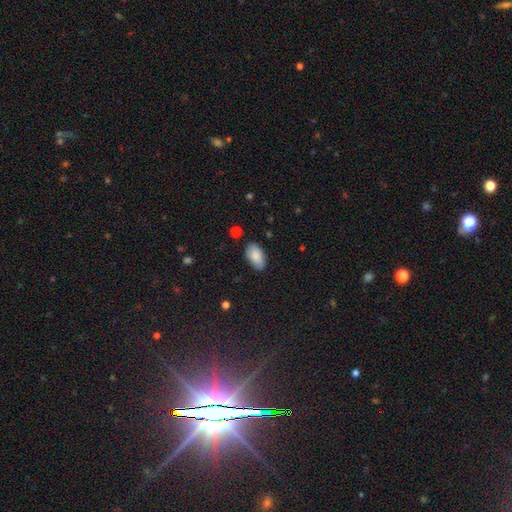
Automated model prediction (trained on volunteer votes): This is clearly a smooth galaxy (86%). How rounded: clearly in between (95%). Merging: clearly none (83%).